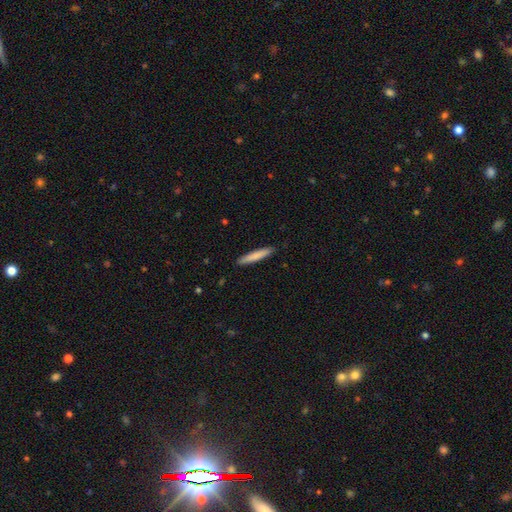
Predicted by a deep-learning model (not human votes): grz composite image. It shows a smooth galaxy with no disk features (80%) that is cigar-shaped (93%). Merging: none (90%).